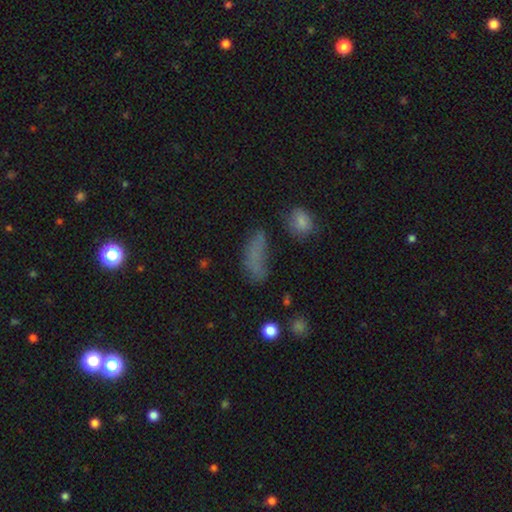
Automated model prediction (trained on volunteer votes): This appears to be a smooth galaxy with no disk features (62%) that is in between round and cigar-shaped (58%). Merging: none (49%).